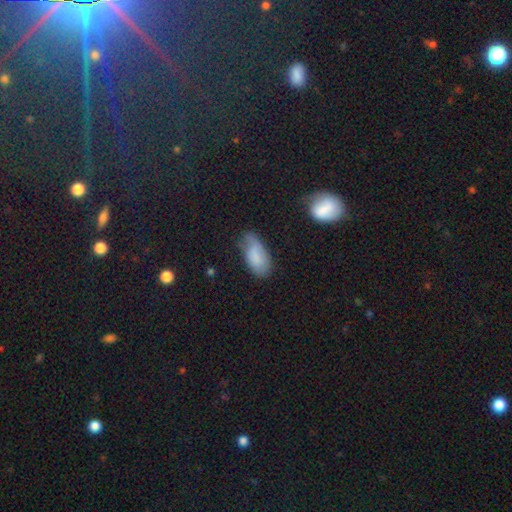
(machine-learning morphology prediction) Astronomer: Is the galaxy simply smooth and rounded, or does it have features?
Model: smooth — 78%.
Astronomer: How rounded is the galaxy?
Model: in between — 92%.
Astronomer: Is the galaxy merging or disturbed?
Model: none — 43% (runner-up: minor disturbance, 39%).